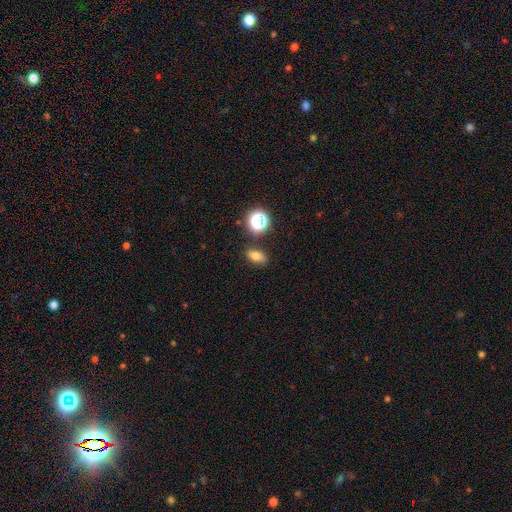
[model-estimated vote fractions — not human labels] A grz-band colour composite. It shows a smooth galaxy with no disk features (73%) that is in between round and cigar-shaped (78%). Merging: none (82%).